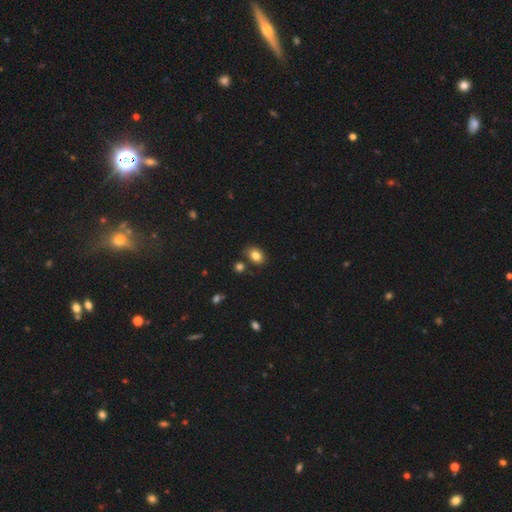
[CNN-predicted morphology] smooth-or-featured: smooth: 82% | star or artifact: 10% | featured or disk: 7%
  how-rounded: in between: 71% | round: 28% | cigar-shaped: 1%
  merging: none: 78% | minor disturbance: 13% | merger: 6% | major disturbance: 3%